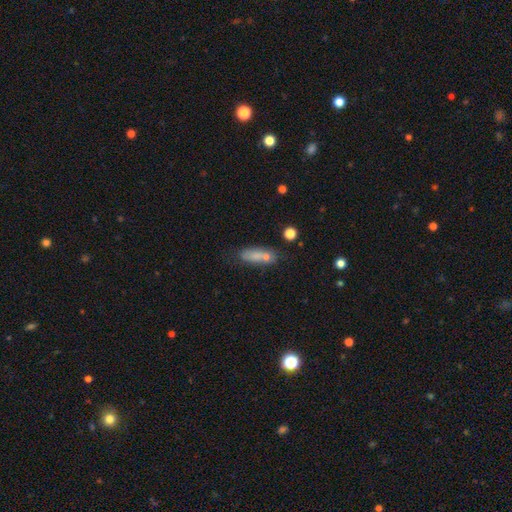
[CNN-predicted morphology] Smooth or featured? smooth (72%)
How rounded? in between (66%)
Merging? none (49%)